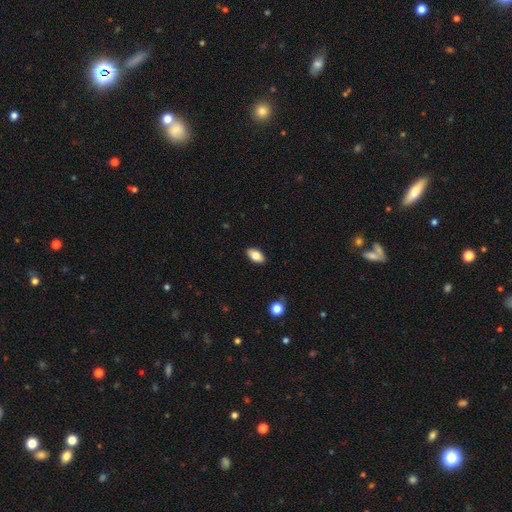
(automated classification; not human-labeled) Morphology: type=smooth (81%); roundness=in between (92%); merging=none (88%).